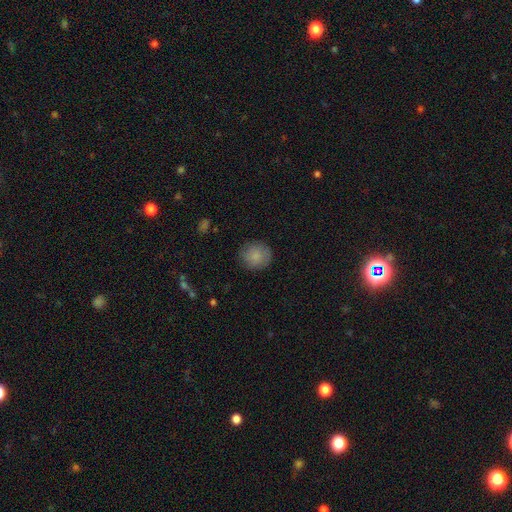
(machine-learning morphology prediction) The model was most divided on "merging": none: 84%, minor disturbance: 12%, major disturbance: 3%, merger: 1%. More confident: how rounded — round (90%); smooth or featured — smooth (84%).